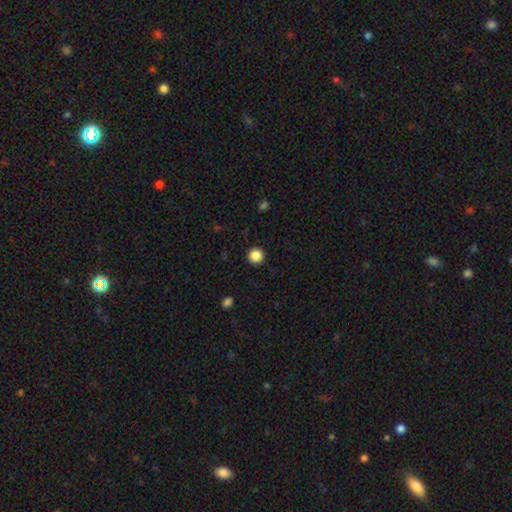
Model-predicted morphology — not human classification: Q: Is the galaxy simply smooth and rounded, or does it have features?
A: smooth — 87%.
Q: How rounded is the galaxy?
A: round — 96%.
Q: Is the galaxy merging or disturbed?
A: none — 93%.